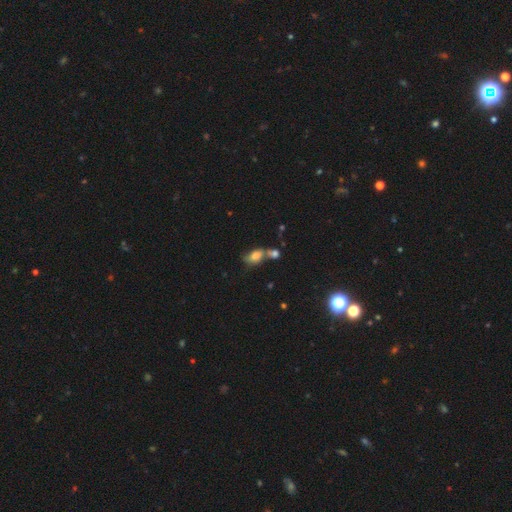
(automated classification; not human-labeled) smooth-or-featured: smooth: 69% | featured or disk: 18% | star or artifact: 12%
  how-rounded: in between: 80% | round: 16% | cigar-shaped: 3%
  merging: merger: 54% | none: 26% | minor disturbance: 12% | major disturbance: 8%